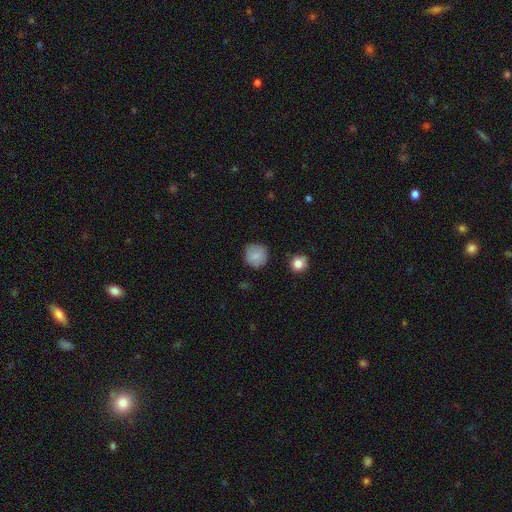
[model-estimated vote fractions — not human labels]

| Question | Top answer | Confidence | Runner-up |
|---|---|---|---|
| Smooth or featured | smooth | 82% | star or artifact (9%) |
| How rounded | round | 91% | in between (8%) |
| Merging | none | 78% | minor disturbance (16%) |